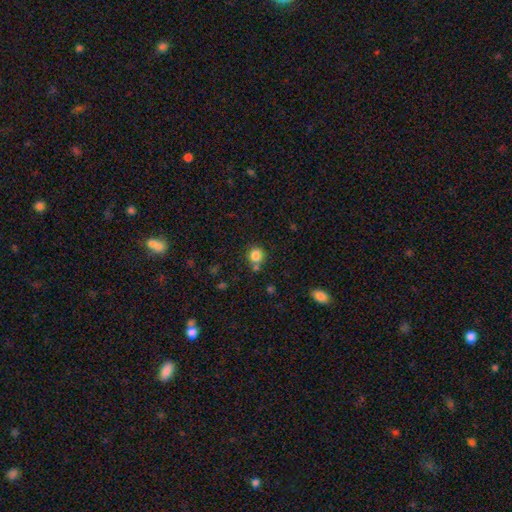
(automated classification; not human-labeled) Q: Smooth or featured?
A: smooth (83%); runner-up: star or artifact (11%)
Q: How rounded?
A: round (87%); runner-up: in between (12%)
Q: Merging?
A: none (68%); runner-up: merger (16%)